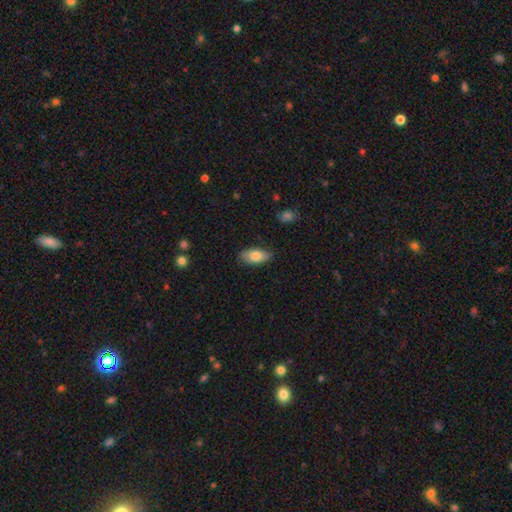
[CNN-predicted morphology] The model was most divided on "smooth or featured": smooth: 79%, featured or disk: 15%, star or artifact: 6%. More confident: how rounded — in between (91%); merging — none (81%).